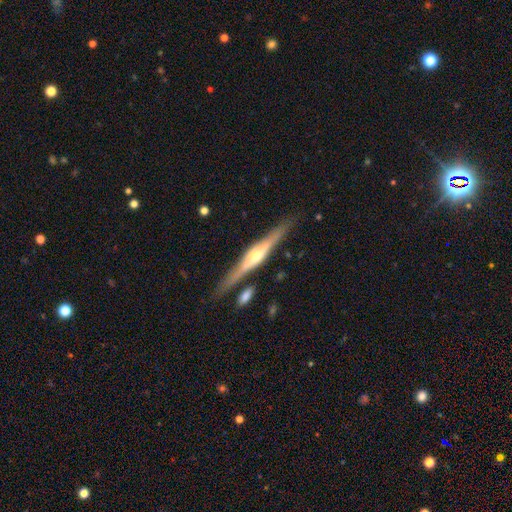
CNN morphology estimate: featured or disk 79%, smooth 16%, star or artifact 6%. Down the decision tree: edge-on disk — yes (97%); edge-on bulge — rounded (85%); merging — none (85%).